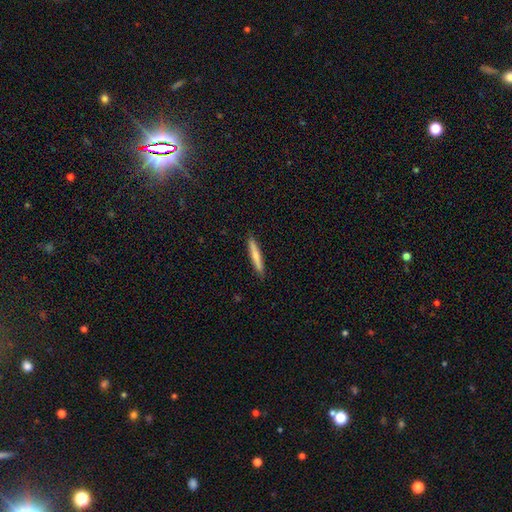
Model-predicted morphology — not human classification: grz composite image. It shows a smooth galaxy with no disk features (67%) that is cigar-shaped (94%). Merging: none (90%).